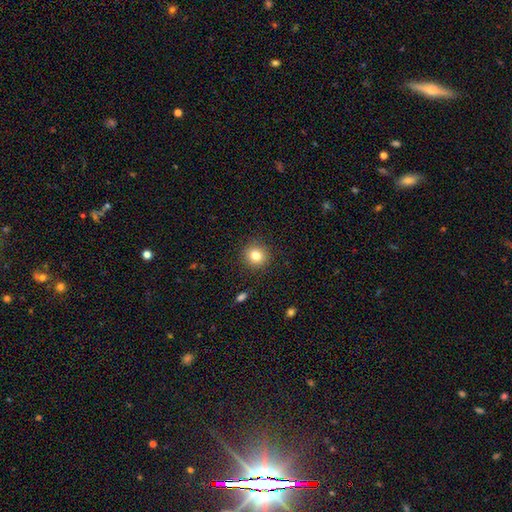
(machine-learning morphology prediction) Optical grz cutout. It shows a smooth galaxy with no disk features (82%) that is round (90%). Merging: none (90%).